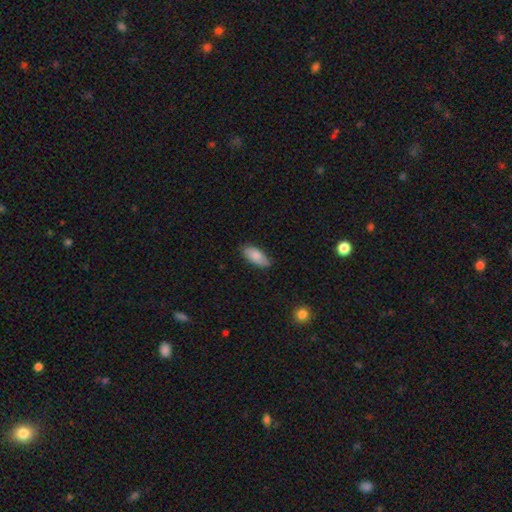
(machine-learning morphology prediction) Smooth or featured?
  - smooth: 84% *
  - featured or disk: 10%
  - star or artifact: 6%
How rounded?
  - in between: 86% *
  - cigar-shaped: 12%
  - round: 2%
Merging?
  - none: 78% *
  - minor disturbance: 19%
  - major disturbance: 3%
  - merger: 1%